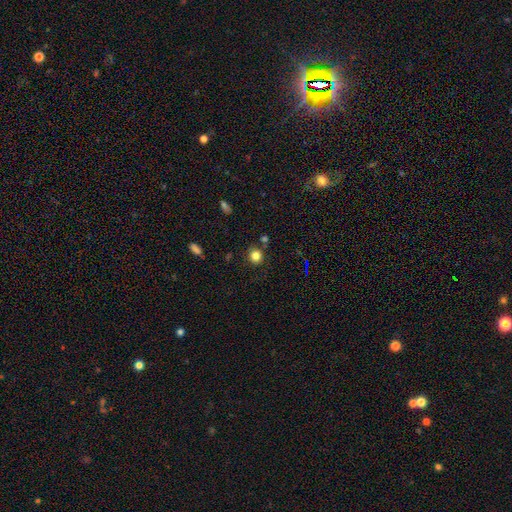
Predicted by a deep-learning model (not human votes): This is clearly a smooth galaxy (82%). How rounded: clearly round (87%). Merging: clearly none (82%).